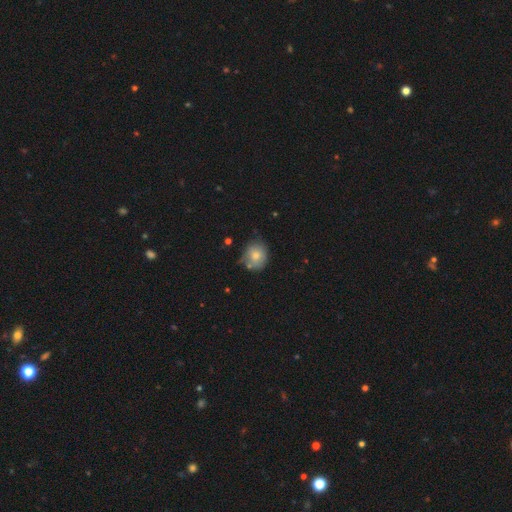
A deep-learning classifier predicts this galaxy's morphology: This is likely a smooth galaxy (75%). How rounded: likely round (70%). Merging: likely none (65%).